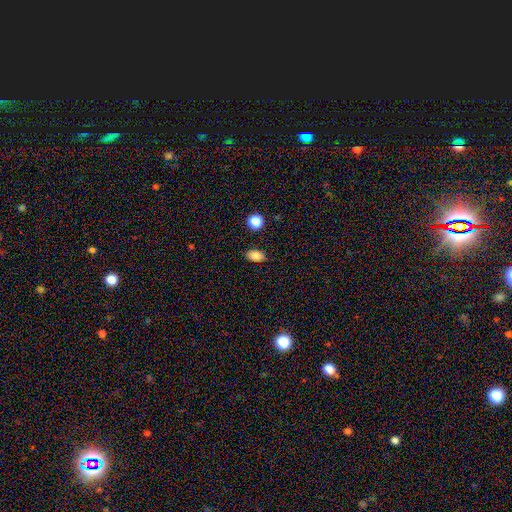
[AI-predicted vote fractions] smooth_or_featured: smooth (p=0.85) [alt: star or artifact p=0.10]
how_rounded: in between (p=0.85) [alt: round p=0.14]
merging: none (p=0.86) [alt: minor disturbance p=0.10]